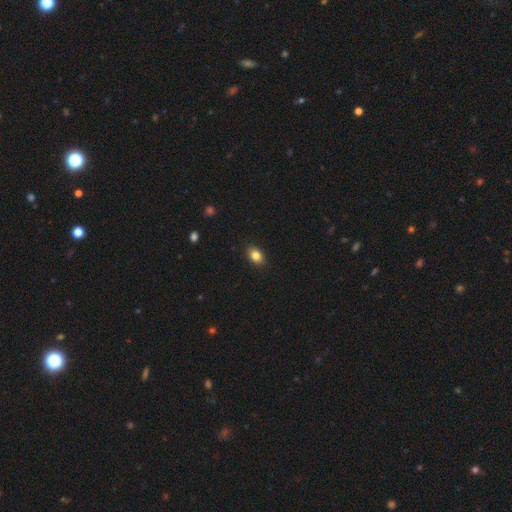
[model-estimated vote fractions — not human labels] smooth-or-featured: smooth: 84% | star or artifact: 9% | featured or disk: 6%
  how-rounded: in between: 78% | round: 21% | cigar-shaped: 1%
  merging: none: 90% | minor disturbance: 8% | major disturbance: 2% | merger: 1%